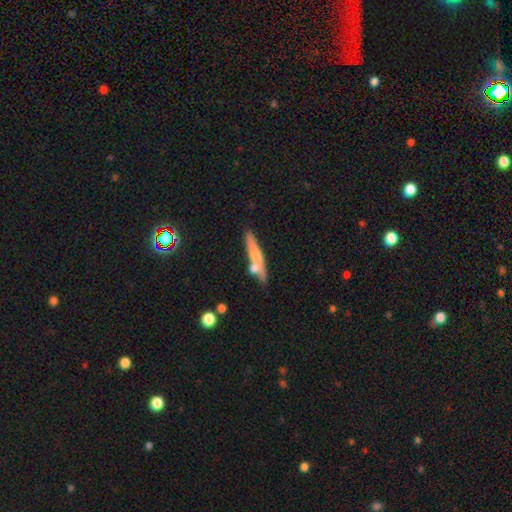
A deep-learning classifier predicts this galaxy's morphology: Overall: smooth (51%; featured or disk 41%). How rounded: cigar-shaped (89%). Merging: none (67%).